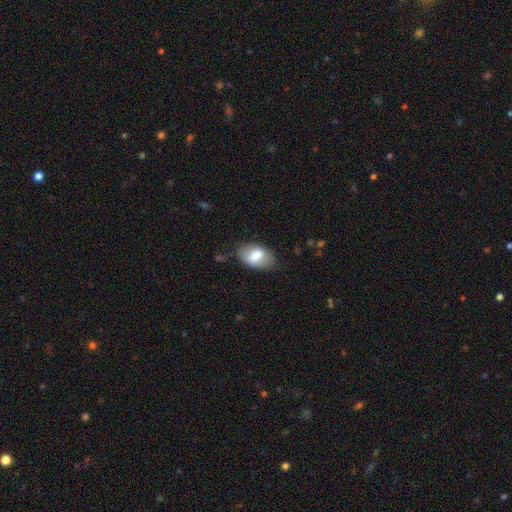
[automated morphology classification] type=smooth (68%); roundness=in between (92%); merging=none (76%).